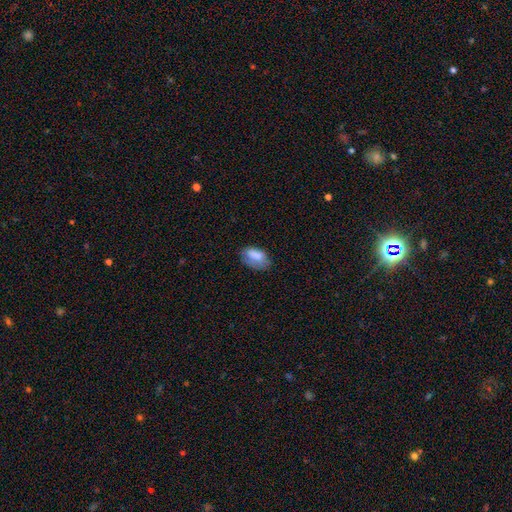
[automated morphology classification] Overall: smooth (77%). How rounded: in between (91%). Merging: none (55%; minor disturbance 31%).